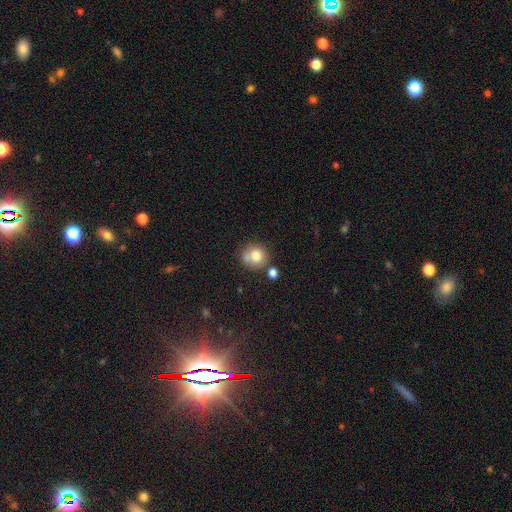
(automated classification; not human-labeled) The model was most divided on "merging": none: 55%, merger: 27%, minor disturbance: 13%, major disturbance: 5%. More confident: how rounded — round (86%); smooth or featured — smooth (76%).